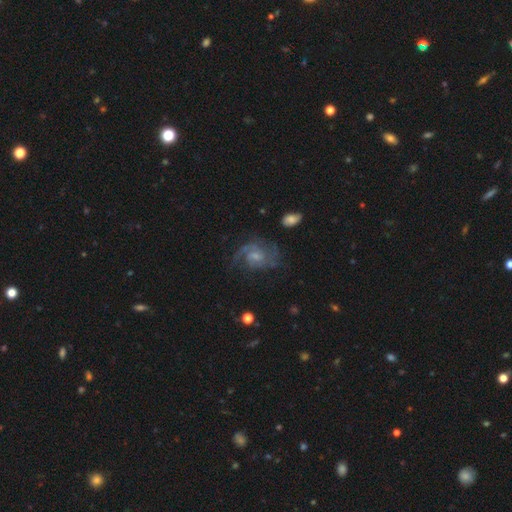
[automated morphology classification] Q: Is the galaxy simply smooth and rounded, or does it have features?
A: featured or disk — 81%.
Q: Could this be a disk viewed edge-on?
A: no — 98%.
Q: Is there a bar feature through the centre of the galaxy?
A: no — 55%.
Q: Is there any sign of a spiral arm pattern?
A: yes — 94%.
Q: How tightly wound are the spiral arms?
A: medium — 47%.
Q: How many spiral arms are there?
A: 2 — 47%.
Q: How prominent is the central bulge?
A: small — 48%.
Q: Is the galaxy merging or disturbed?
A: none — 61%.